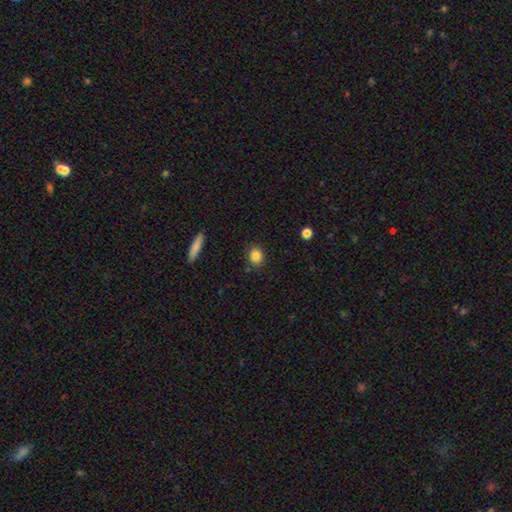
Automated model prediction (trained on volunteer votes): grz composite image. It shows a smooth galaxy with no disk features (85%) that is round (60%). Merging: none (85%).